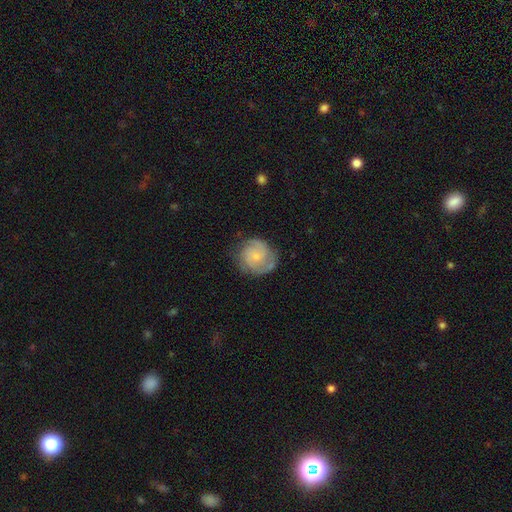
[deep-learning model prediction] The model was most divided on "spiral winding": tight: 52%, medium: 37%, loose: 11%. More confident: edge-on disk — no (98%); spiral arms — yes (91%); merging — none (71%); bar — no (69%); smooth or featured — featured or disk (65%); bulge size — small (64%); spiral arm count — 2 (52%).